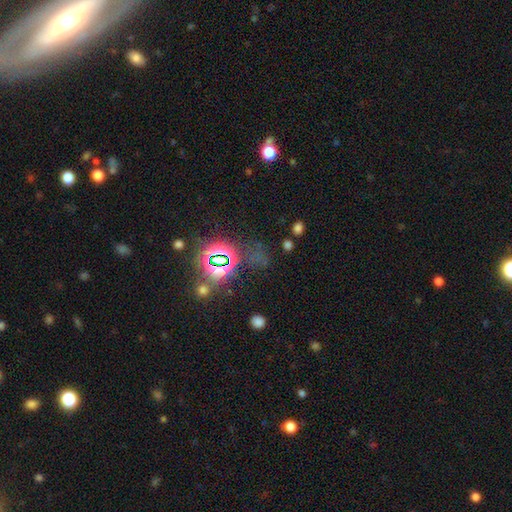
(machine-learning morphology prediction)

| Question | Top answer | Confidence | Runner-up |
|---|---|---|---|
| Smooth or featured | star or artifact | 75% | smooth (16%) |